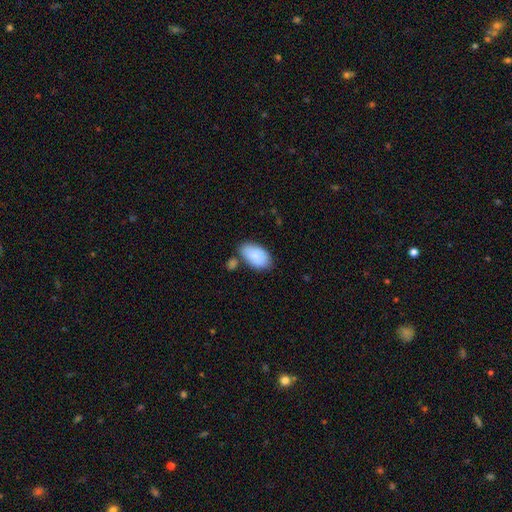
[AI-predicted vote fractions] This appears to be a smooth galaxy with no disk features (88%) that is in between round and cigar-shaped (95%). Merging: none (65%).